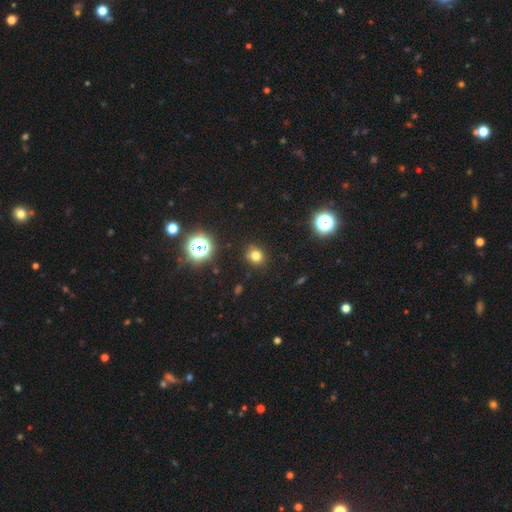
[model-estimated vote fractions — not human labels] Smooth or featured? Predicted: smooth (p=0.73). How rounded? Predicted: round (p=0.80). Merging? Predicted: none (p=0.83).